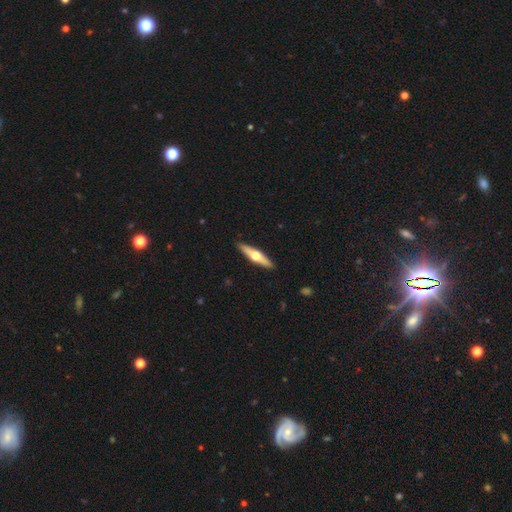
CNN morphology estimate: A featured or disk galaxy (57%) viewed edge-on (94%) with a rounded central bulge (95%).

Vote fractions:
- Smooth or featured? featured or disk: 57% / smooth: 38% / star or artifact: 5%
- Edge-on disk? yes: 94% / no: 6%
- Edge-on bulge? rounded: 95% / none: 3% / boxy: 2%
- Merging? none: 91% / minor disturbance: 7% / major disturbance: 1% / merger: 1%